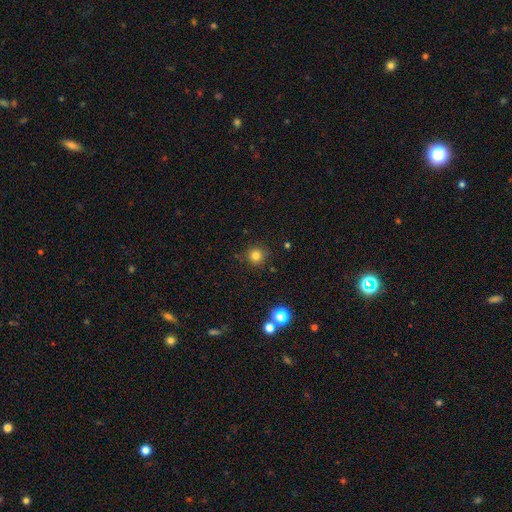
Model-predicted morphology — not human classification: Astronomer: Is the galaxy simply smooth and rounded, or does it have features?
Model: smooth — 80%.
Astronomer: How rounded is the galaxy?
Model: round — 94%.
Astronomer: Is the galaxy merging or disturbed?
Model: none — 87%.